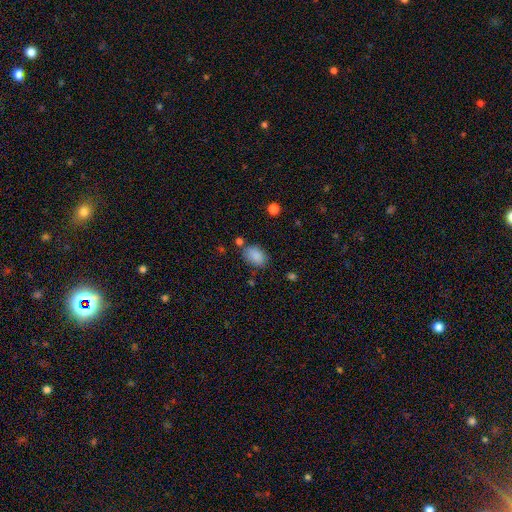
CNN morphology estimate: A smooth galaxy with no disk features (87%) that is in between round and cigar-shaped (86%). Merging: none (73%).